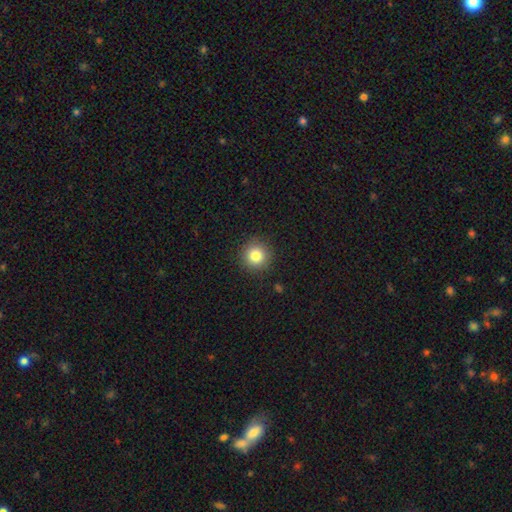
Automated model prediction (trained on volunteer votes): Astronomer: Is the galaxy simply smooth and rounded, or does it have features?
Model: smooth — 83%.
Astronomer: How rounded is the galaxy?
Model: round — 94%.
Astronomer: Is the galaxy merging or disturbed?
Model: none — 90%.